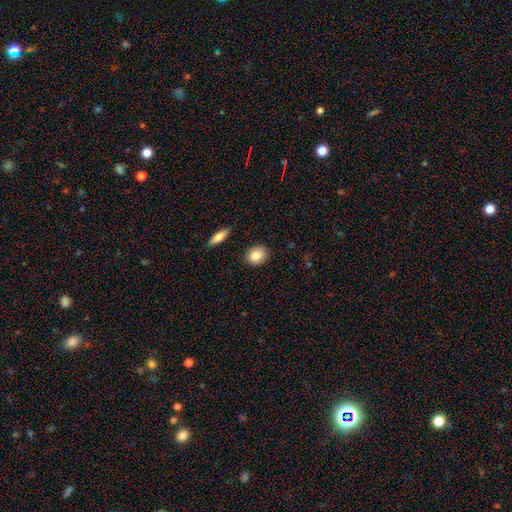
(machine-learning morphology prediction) This appears to be a smooth galaxy with no disk features (82%) that is round (70%). Merging: none (88%).